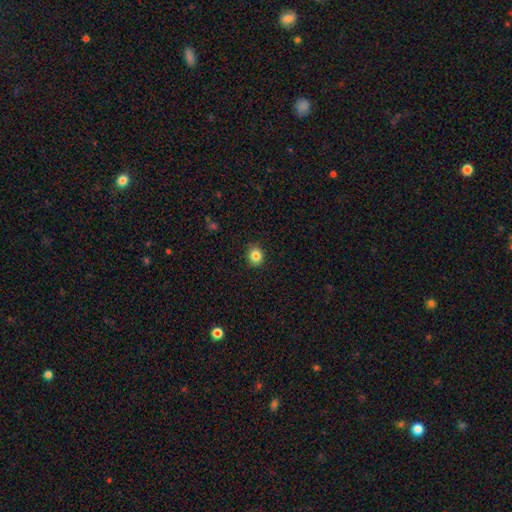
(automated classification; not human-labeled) smooth 84%, star or artifact 10%, featured or disk 6%. Down the decision tree: how rounded — round (66%); merging — none (90%).